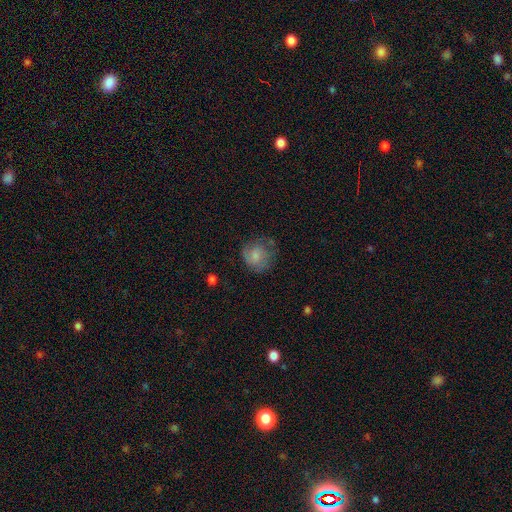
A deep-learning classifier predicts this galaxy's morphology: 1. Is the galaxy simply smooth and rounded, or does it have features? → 58% smooth, 33% featured or disk, 8% star or artifact.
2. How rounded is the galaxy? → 82% round, 17% in between, 1% cigar-shaped.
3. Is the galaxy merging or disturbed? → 58% none, 25% minor disturbance, 15% major disturbance, 2% merger.